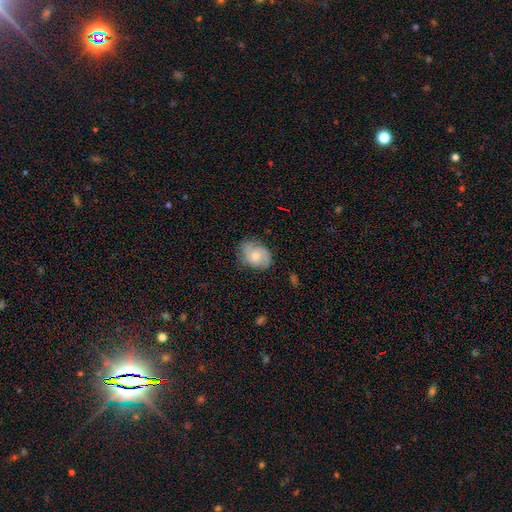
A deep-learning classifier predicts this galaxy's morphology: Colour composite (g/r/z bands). It shows a featured or disk galaxy (47%). Merging: none (69%).